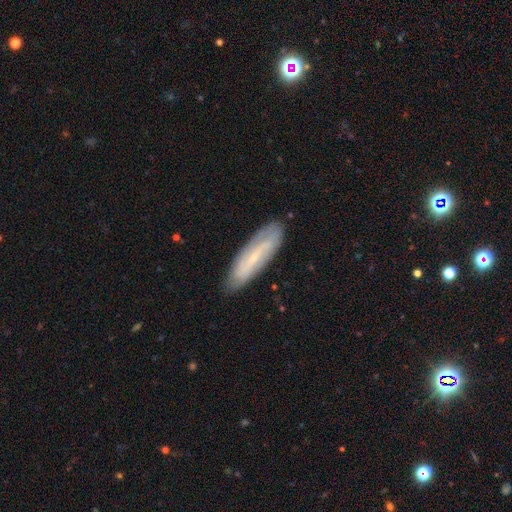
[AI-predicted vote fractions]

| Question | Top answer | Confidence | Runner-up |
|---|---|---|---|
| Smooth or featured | featured or disk | 50% | smooth (40%) |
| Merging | none | 83% | minor disturbance (13%) |